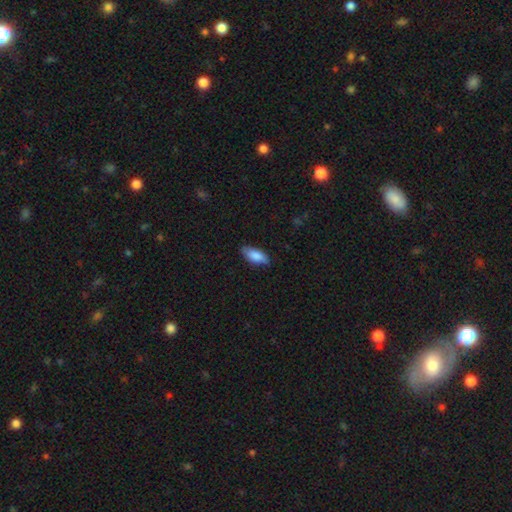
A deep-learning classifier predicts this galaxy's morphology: Smooth or featured?
  - smooth: 83% *
  - featured or disk: 11%
  - star or artifact: 6%
How rounded?
  - in between: 84% *
  - cigar-shaped: 13%
  - round: 2%
Merging?
  - none: 81% *
  - minor disturbance: 15%
  - major disturbance: 3%
  - merger: 1%